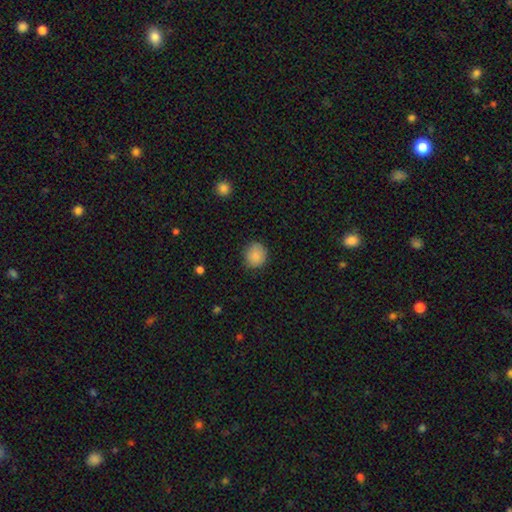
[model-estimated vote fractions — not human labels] A smooth galaxy with no disk features (86%) that is round (86%).

Vote fractions:
- Smooth or featured? smooth: 86% / star or artifact: 9% / featured or disk: 6%
- How rounded? round: 86% / in between: 13% / cigar-shaped: 1%
- Merging? none: 83% / minor disturbance: 14% / major disturbance: 3% / merger: 1%